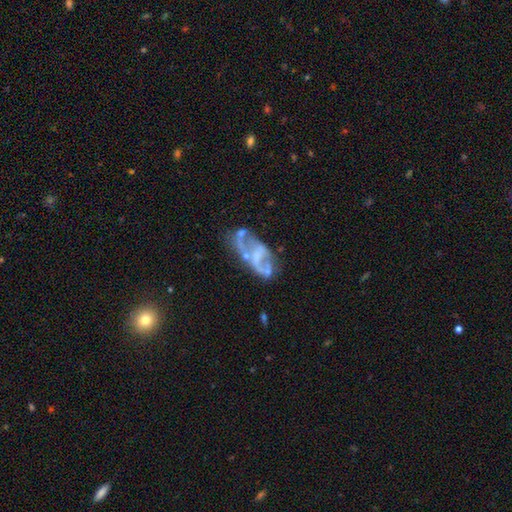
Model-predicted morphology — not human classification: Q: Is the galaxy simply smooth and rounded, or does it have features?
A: featured or disk — 70%.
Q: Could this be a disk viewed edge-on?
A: no — 94%.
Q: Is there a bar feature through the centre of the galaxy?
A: no — 60%.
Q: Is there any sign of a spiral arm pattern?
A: no — 65%.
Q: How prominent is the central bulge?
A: none — 54%.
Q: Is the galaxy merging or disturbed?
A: none — 38%.